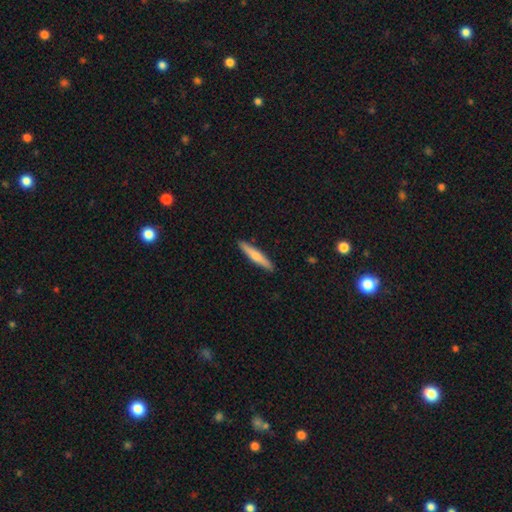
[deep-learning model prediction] Q: Smooth or featured?
A: smooth (61%); runner-up: featured or disk (34%)
Q: How rounded?
A: cigar-shaped (92%); runner-up: in between (7%)
Q: Merging?
A: none (91%); runner-up: minor disturbance (6%)